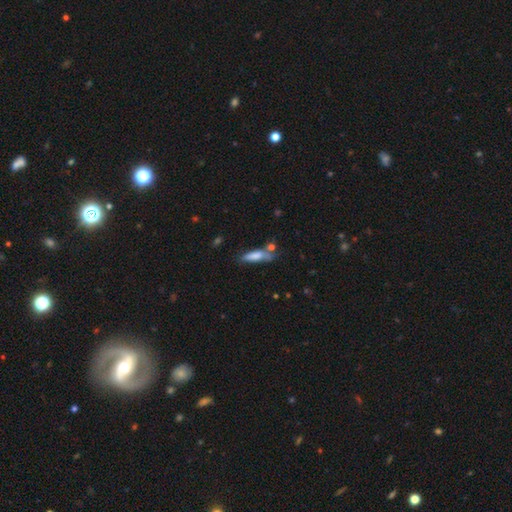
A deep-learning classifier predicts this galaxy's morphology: Smooth or featured? smooth (72%)
How rounded? cigar-shaped (64%)
Merging? none (52%)